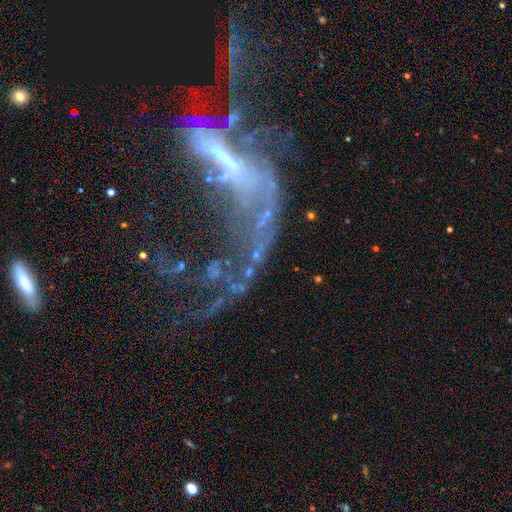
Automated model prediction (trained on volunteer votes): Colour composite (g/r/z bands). It shows a featured or disk galaxy (57%). Merging: major disturbance (36%).